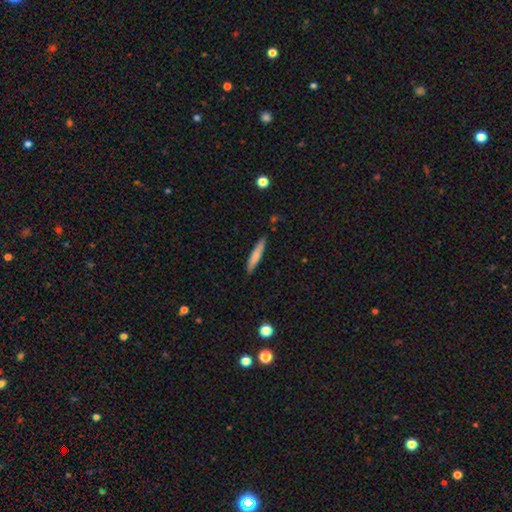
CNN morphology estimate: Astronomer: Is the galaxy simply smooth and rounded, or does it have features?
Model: smooth — 69%.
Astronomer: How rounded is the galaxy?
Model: cigar-shaped — 90%.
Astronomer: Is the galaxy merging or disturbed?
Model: none — 87%.